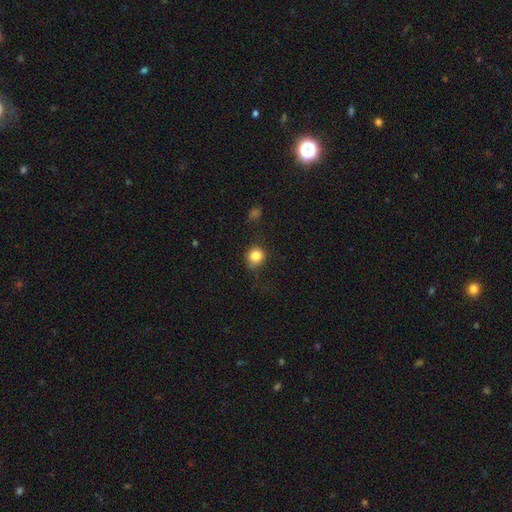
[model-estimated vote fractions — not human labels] A smooth galaxy with no disk features (82%) that is round (83%).

Vote fractions:
- Smooth or featured? smooth: 82% / star or artifact: 11% / featured or disk: 7%
- How rounded? round: 83% / in between: 16% / cigar-shaped: 1%
- Merging? none: 65% / minor disturbance: 24% / major disturbance: 9% / merger: 2%